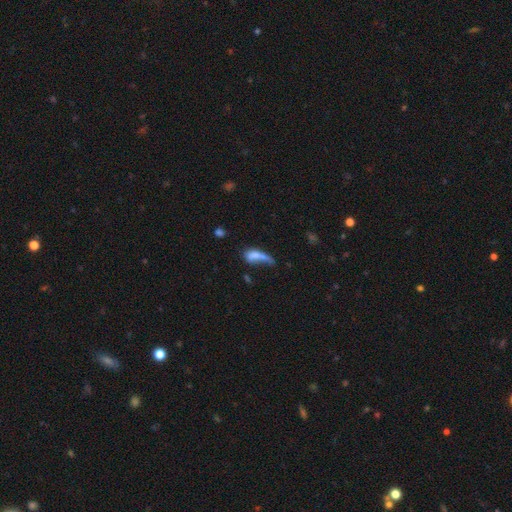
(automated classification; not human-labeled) A smooth galaxy with no disk features (65%) that is in between round and cigar-shaped (67%).

Vote fractions:
- Smooth or featured? smooth: 65% / featured or disk: 24% / star or artifact: 11%
- How rounded? in between: 67% / cigar-shaped: 26% / round: 7%
- Merging? major disturbance: 38% / merger: 24% / none: 21% / minor disturbance: 18%